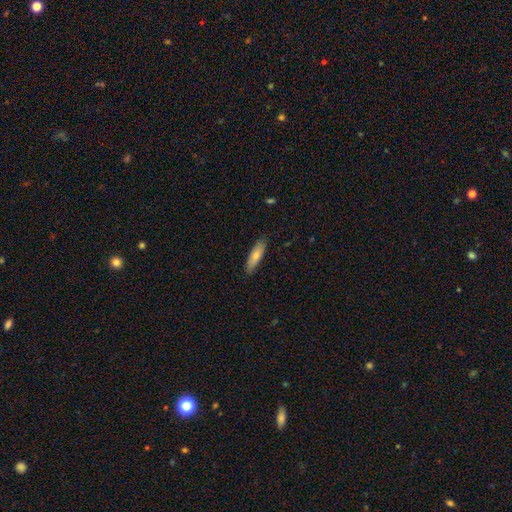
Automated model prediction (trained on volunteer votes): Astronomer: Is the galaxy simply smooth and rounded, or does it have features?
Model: smooth — 74%.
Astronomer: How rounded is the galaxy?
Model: cigar-shaped — 61% (runner-up: in between, 37%).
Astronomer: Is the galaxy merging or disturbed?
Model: none — 86%.